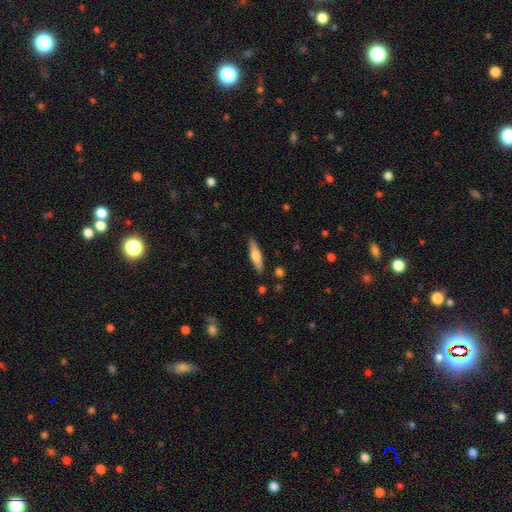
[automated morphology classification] Smooth or featured?
  - featured or disk: 49% *
  - smooth: 45%
  - star or artifact: 6%
Merging?
  - none: 88% *
  - minor disturbance: 8%
  - major disturbance: 2%
  - merger: 1%